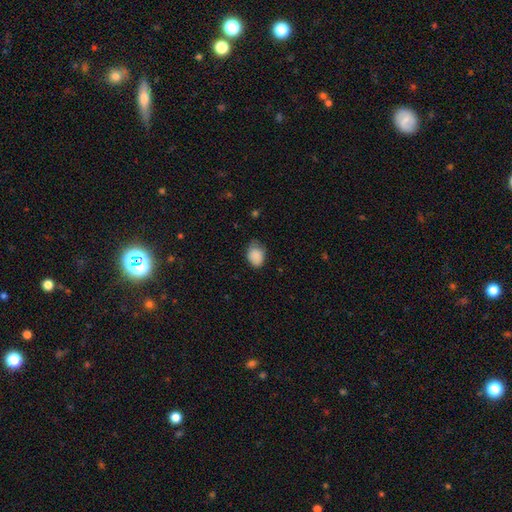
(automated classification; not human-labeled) This appears to be a smooth galaxy with no disk features (87%) that is in between round and cigar-shaped (70%). Merging: none (57%).